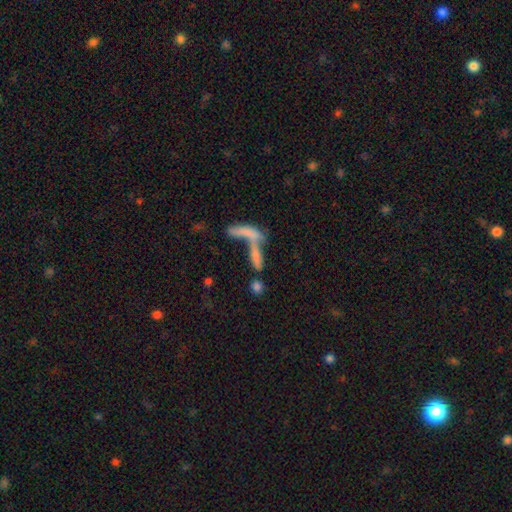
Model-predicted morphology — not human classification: Q: Smooth or featured?
A: smooth (62%); runner-up: featured or disk (25%)
Q: How rounded?
A: cigar-shaped (70%); runner-up: in between (25%)
Q: Merging?
A: merger (58%); runner-up: none (25%)